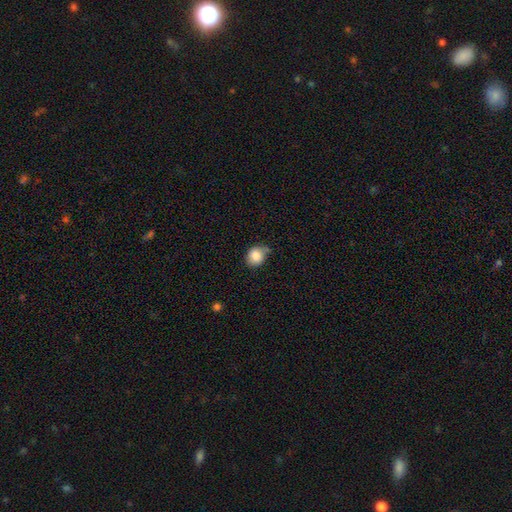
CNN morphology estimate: This is clearly a smooth galaxy (83%). How rounded: likely round (70%). Merging: possibly none (60%).